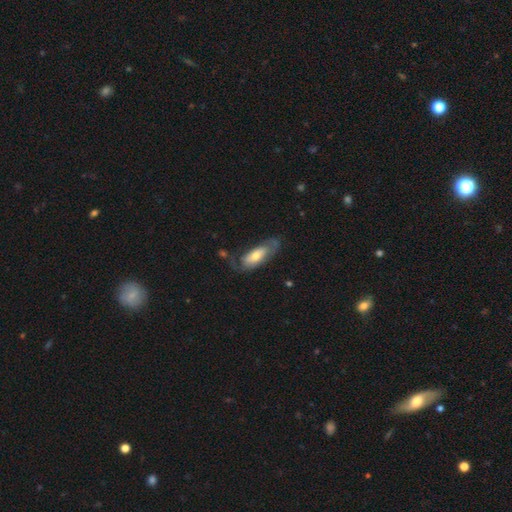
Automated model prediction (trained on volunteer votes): This is possibly a featured or disk galaxy (47%, tied with smooth). Merging: possibly none (52%).